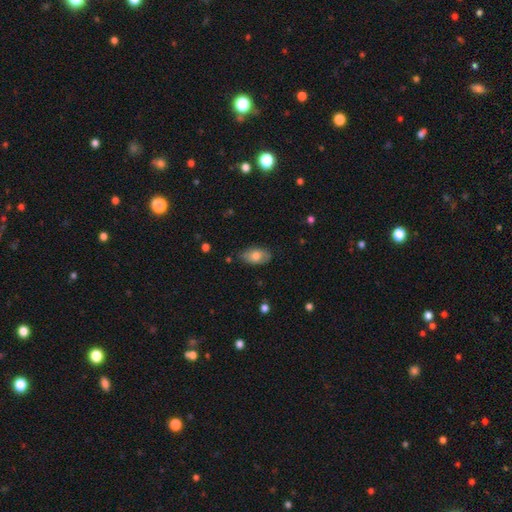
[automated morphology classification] type=smooth (72%); roundness=in between (93%); merging=none (78%).